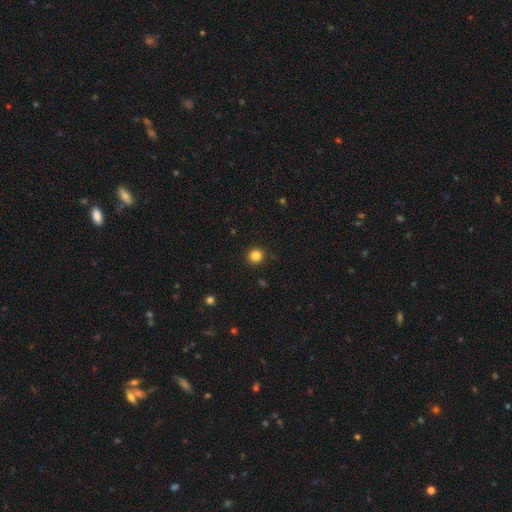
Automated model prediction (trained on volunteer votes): Morphology: type=smooth (84%); roundness=round (95%); merging=none (92%).